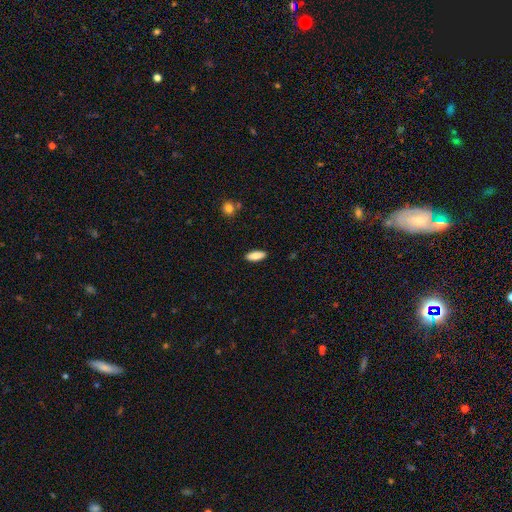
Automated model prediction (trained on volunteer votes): This appears to be a smooth galaxy with no disk features (84%) that is in between round and cigar-shaped (72%). Merging: none (89%).